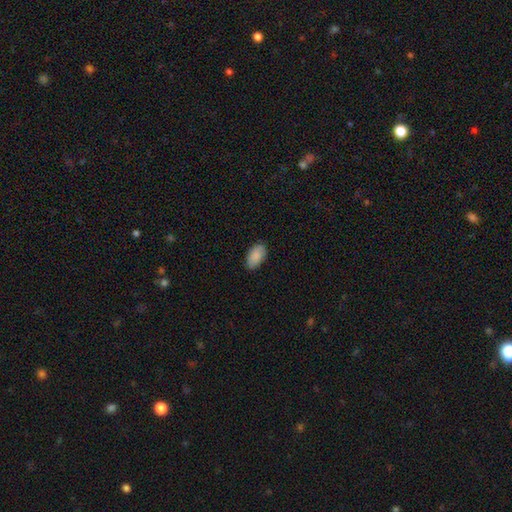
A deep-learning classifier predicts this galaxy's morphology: Overall: smooth (86%). How rounded: in between (94%). Merging: none (84%).